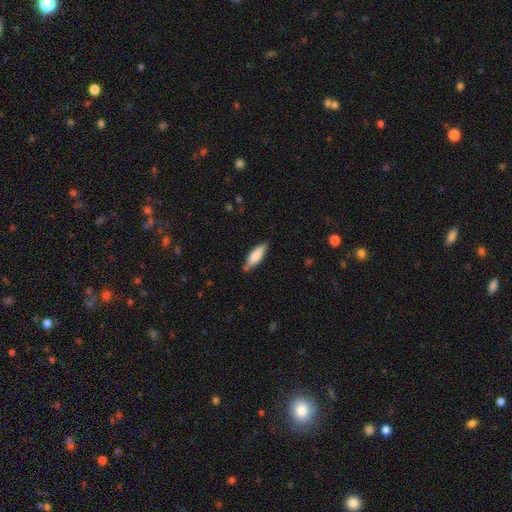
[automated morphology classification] smooth_or_featured: smooth (p=0.78) [alt: featured or disk p=0.16]
how_rounded: in between (p=0.52) [alt: cigar-shaped p=0.46]
merging: none (p=0.77) [alt: minor disturbance p=0.18]